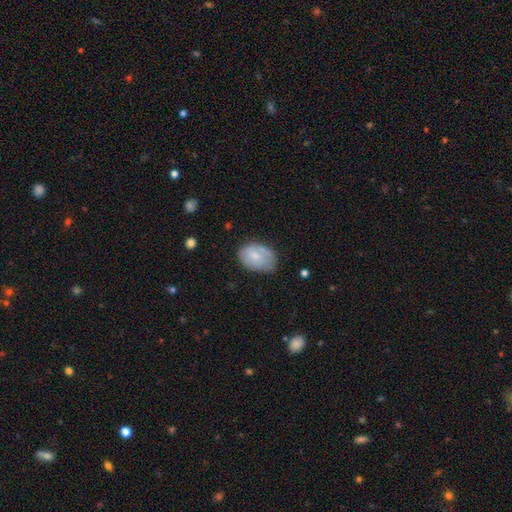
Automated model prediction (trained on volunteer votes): Smooth or featured? Predicted: smooth (p=0.56). How rounded? Predicted: in between (p=0.80). Merging? Predicted: none (p=0.59).